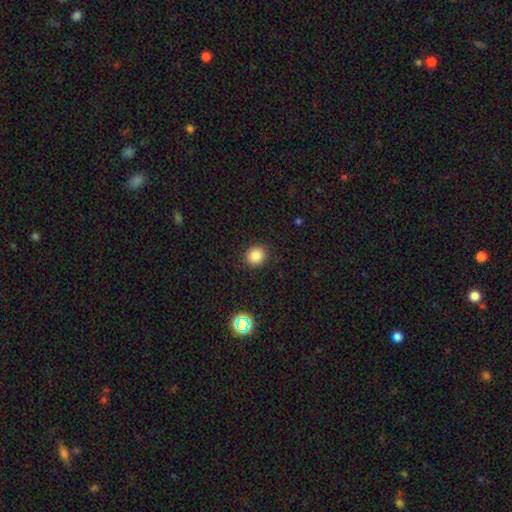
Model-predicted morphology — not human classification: Smooth or featured? Predicted: smooth (p=0.84). How rounded? Predicted: round (p=0.81). Merging? Predicted: none (p=0.89).